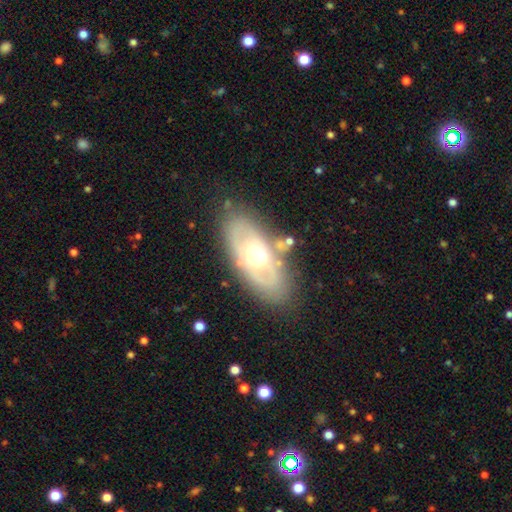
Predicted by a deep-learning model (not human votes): Smooth or featured? featured or disk (59%)
Edge-on disk? no (83%)
Merging? none (76%)